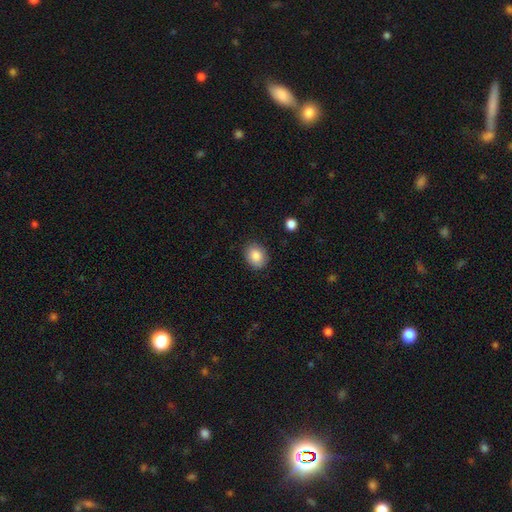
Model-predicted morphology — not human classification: A smooth galaxy with no disk features (86%) that is in between round and cigar-shaped (55%). Merging: none (87%).